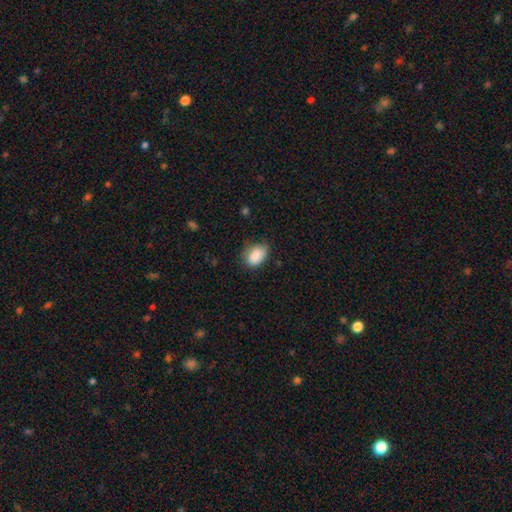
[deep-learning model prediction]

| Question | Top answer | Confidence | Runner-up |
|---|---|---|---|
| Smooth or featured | smooth | 87% | star or artifact (7%) |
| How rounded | in between | 85% | round (14%) |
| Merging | none | 59% | minor disturbance (33%) |